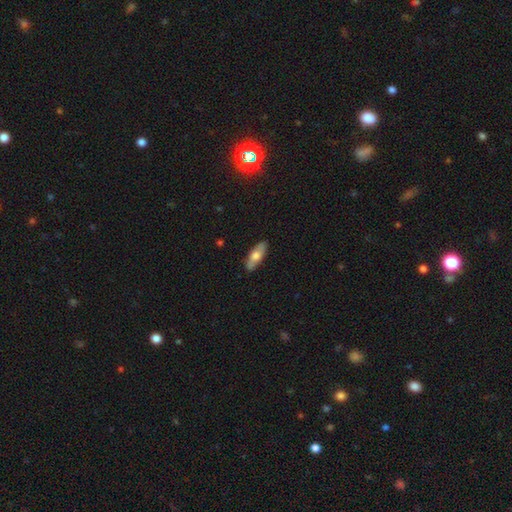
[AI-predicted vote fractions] This appears to be a smooth galaxy with no disk features (62%) that is in between round and cigar-shaped (68%). Merging: none (87%).